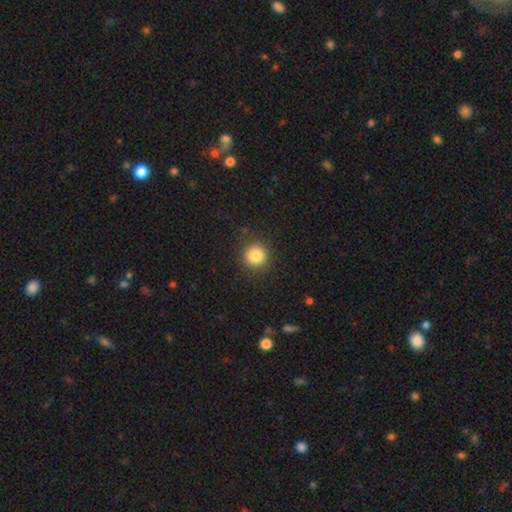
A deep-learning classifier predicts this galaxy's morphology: smooth-or-featured: smooth: 84% | star or artifact: 11% | featured or disk: 5%
  how-rounded: round: 93% | in between: 6% | cigar-shaped: 1%
  merging: none: 89% | minor disturbance: 7% | major disturbance: 3% | merger: 1%